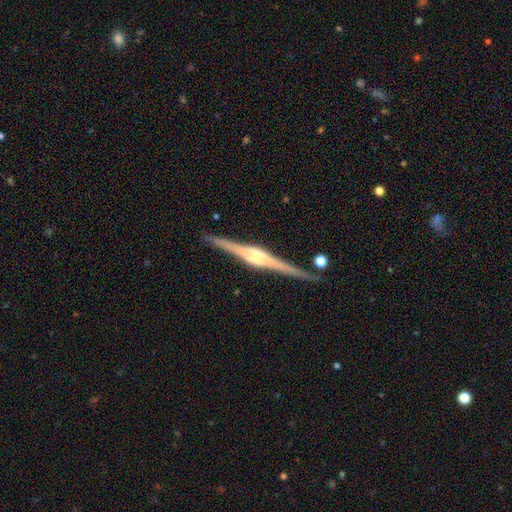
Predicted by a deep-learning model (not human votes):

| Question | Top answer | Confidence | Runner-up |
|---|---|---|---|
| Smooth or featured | featured or disk | 88% | smooth (7%) |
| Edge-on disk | yes | 98% | no (2%) |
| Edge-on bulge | rounded | 64% | boxy (31%) |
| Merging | none | 89% | minor disturbance (8%) |